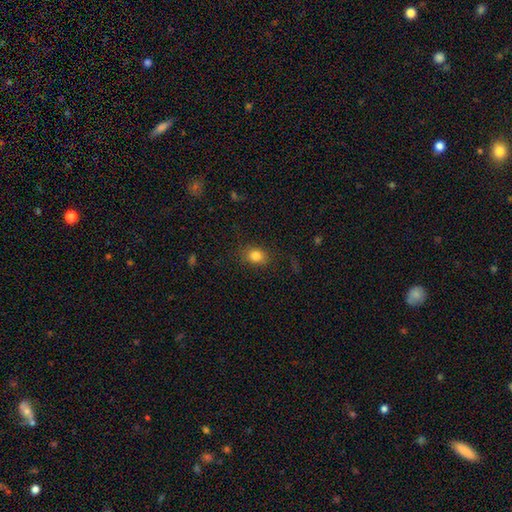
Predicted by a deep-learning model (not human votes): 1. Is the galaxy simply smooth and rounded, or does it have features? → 83% smooth, 11% star or artifact, 6% featured or disk.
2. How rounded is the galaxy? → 53% in between, 46% round, 1% cigar-shaped.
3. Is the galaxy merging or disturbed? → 81% none, 13% minor disturbance, 5% major disturbance, 1% merger.